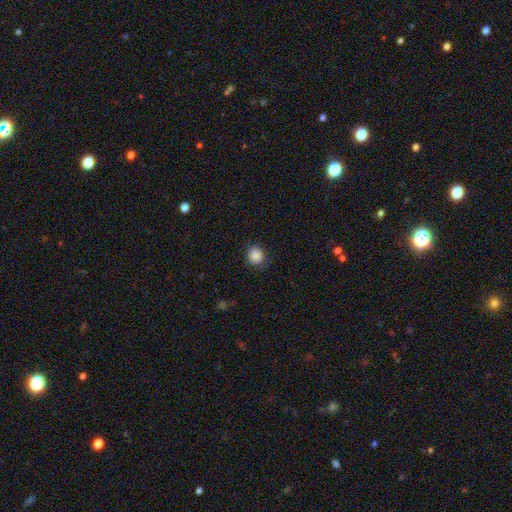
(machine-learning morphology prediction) Overall: smooth (87%). How rounded: round (84%). Merging: none (82%).